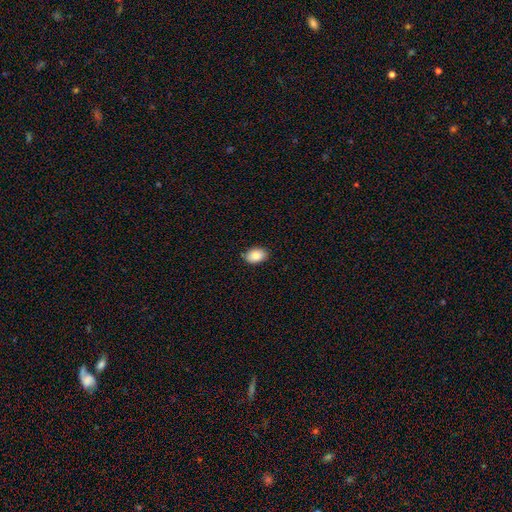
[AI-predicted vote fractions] Q: Smooth or featured?
A: smooth (86%); runner-up: star or artifact (7%)
Q: How rounded?
A: in between (86%); runner-up: round (13%)
Q: Merging?
A: none (86%); runner-up: minor disturbance (11%)